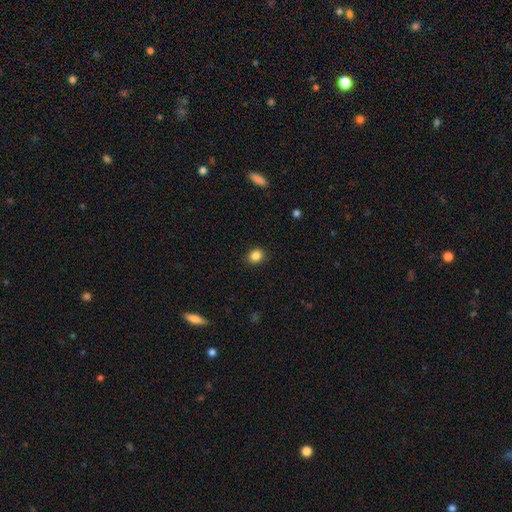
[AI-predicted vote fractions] smooth_or_featured: smooth (p=0.85) [alt: star or artifact p=0.10]
how_rounded: round (p=0.62) [alt: in between p=0.37]
merging: none (p=0.89) [alt: minor disturbance p=0.08]